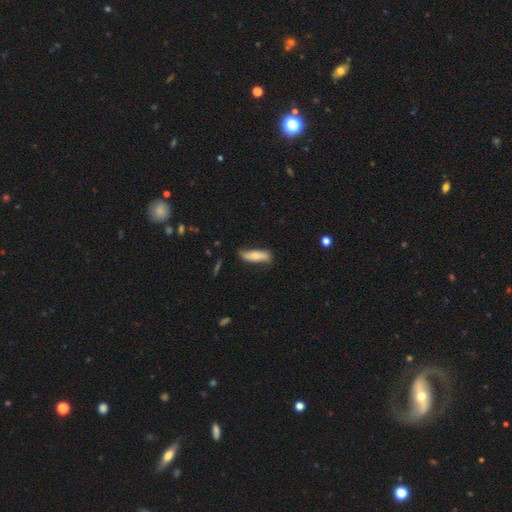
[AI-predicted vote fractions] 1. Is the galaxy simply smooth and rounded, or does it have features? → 57% smooth, 37% featured or disk, 6% star or artifact.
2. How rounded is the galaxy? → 53% cigar-shaped, 45% in between, 2% round.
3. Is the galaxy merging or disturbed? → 70% none, 24% minor disturbance, 4% major disturbance, 2% merger.